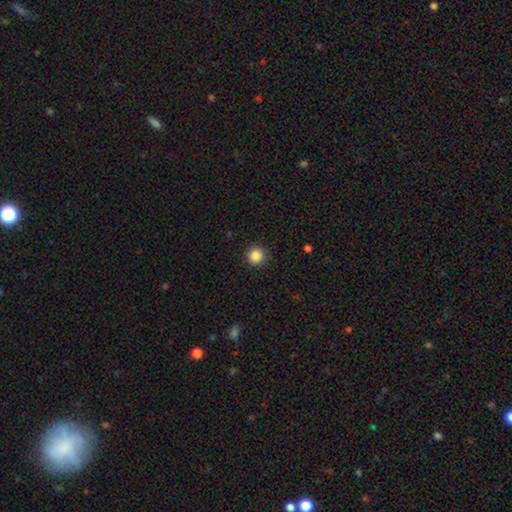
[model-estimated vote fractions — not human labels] Smooth or featured: smooth — 86% (star or artifact — 10%)
How rounded: round — 95% (in between — 4%)
Merging: none — 91% (minor disturbance — 6%)